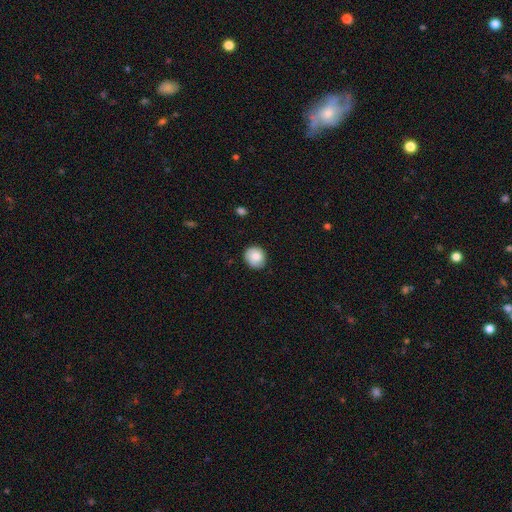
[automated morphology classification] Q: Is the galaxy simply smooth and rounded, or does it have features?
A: smooth — 78%.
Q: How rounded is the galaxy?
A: round — 79%.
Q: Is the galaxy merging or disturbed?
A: none — 78%.